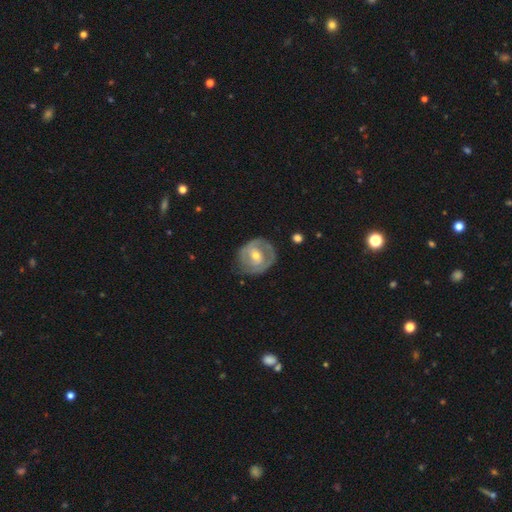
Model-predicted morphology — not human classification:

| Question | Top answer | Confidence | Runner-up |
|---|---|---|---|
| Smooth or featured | featured or disk | 77% | smooth (18%) |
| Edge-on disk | no | 97% | yes (3%) |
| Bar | weak | 43% | tied: no (43%) |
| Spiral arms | yes | 82% | no (18%) |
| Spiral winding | tight | 63% | medium (28%) |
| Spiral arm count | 2 | 55% | can't tell (24%) |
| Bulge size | moderate | 64% | small (32%) |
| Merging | none | 70% | minor disturbance (21%) |